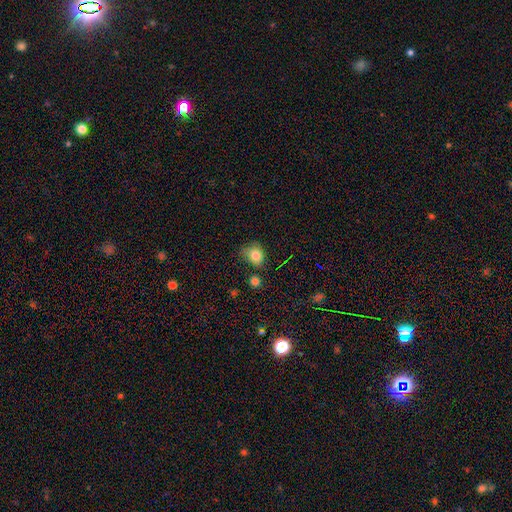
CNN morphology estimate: A smooth galaxy with no disk features (82%) that is round (57%). Merging: none (51%).